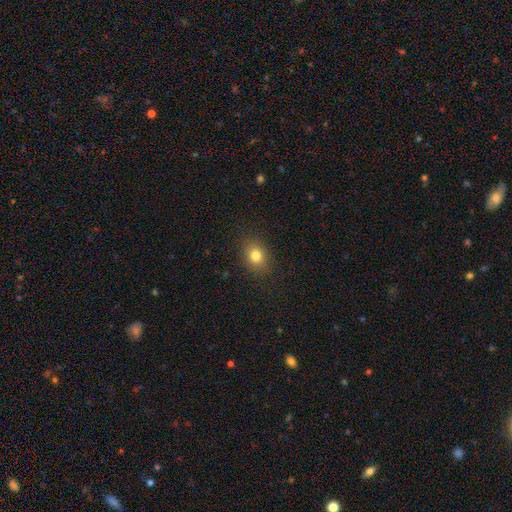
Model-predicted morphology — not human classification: smooth-or-featured: smooth: 80% | star or artifact: 12% | featured or disk: 8%
  how-rounded: round: 52% | in between: 47% | cigar-shaped: 1%
  merging: none: 87% | minor disturbance: 9% | major disturbance: 3% | merger: 1%